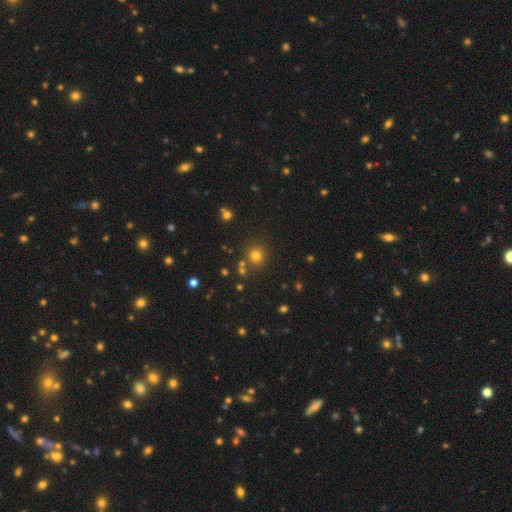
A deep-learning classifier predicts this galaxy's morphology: Overall: smooth (75%). How rounded: round (91%). Merging: none (81%).